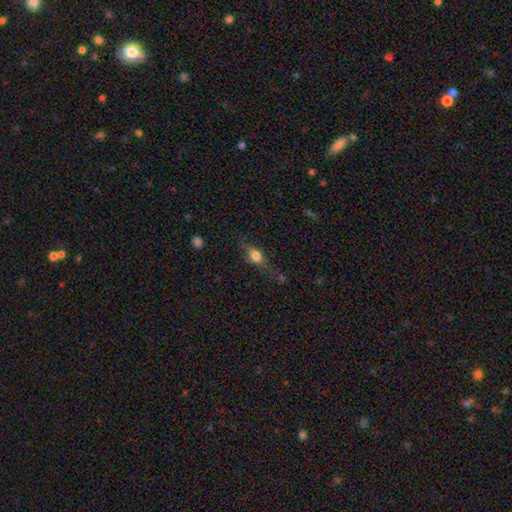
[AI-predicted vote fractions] Smooth or featured: smooth — 51% (featured or disk — 38%)
How rounded: in between — 53% (cigar-shaped — 35%)
Merging: none — 66% (minor disturbance — 21%)